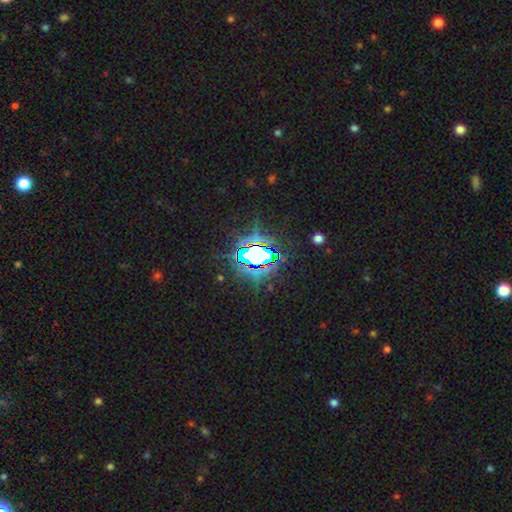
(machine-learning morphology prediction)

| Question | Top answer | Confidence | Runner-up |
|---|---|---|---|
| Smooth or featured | star or artifact | 78% | smooth (12%) |